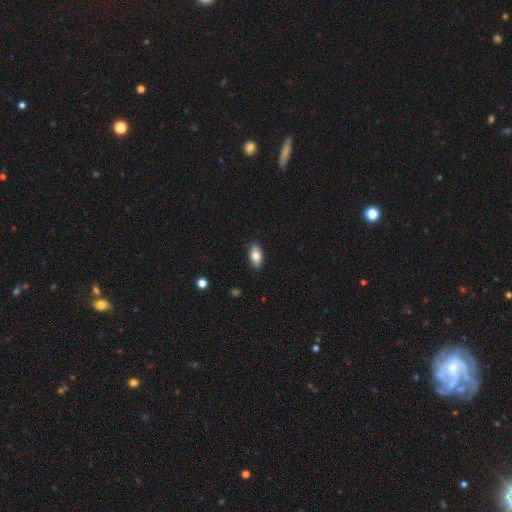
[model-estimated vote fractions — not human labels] Smooth or featured: smooth — 81% (featured or disk — 12%)
How rounded: in between — 90% (cigar-shaped — 7%)
Merging: none — 88% (minor disturbance — 9%)